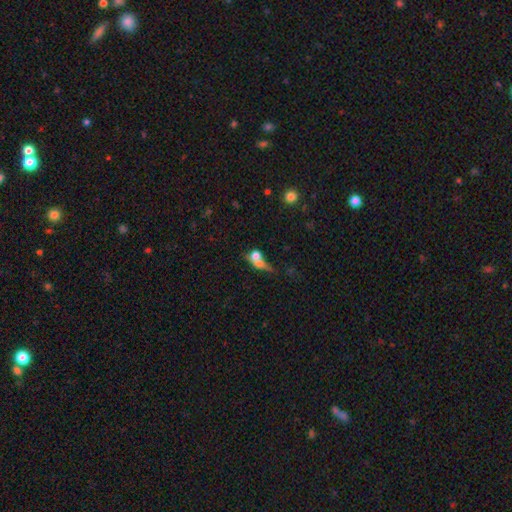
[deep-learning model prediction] Overall: smooth (60%; featured or disk 27%). How rounded: round (44%; in between 36%). Merging: merger (47%; none 25%).